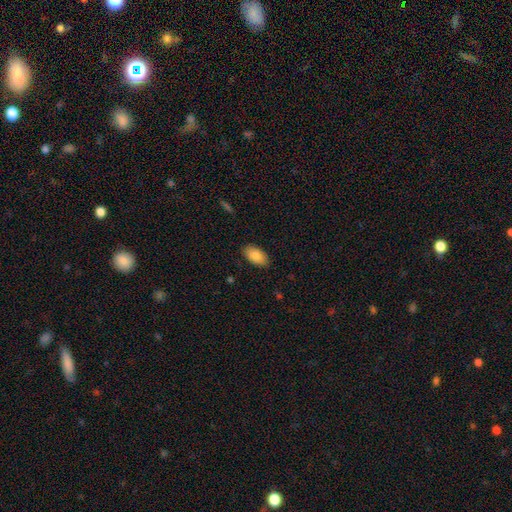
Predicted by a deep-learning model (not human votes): Morphology: type=smooth (85%); roundness=in between (95%); merging=none (87%).